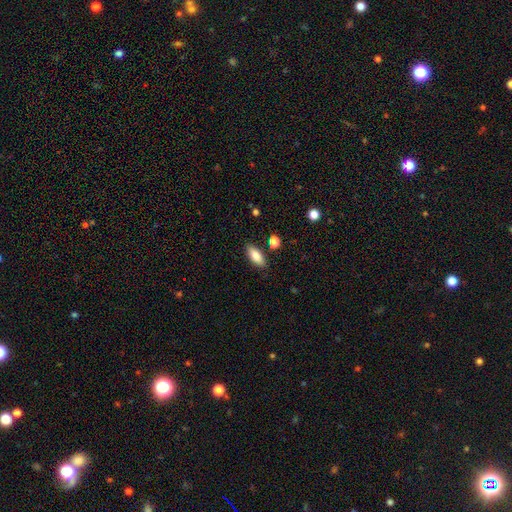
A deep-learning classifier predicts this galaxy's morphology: This is clearly a smooth galaxy (82%). How rounded: clearly in between (82%). Merging: clearly none (85%).